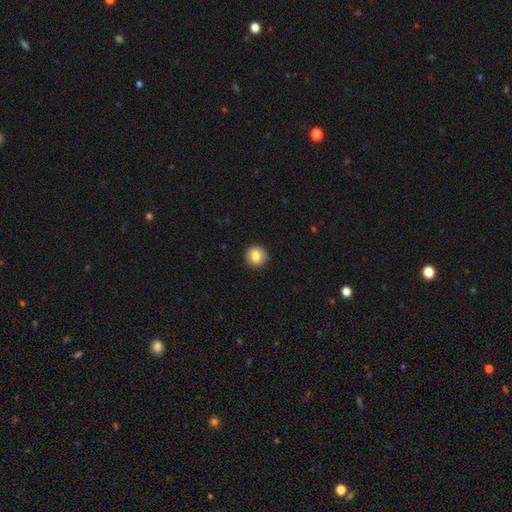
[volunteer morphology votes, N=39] smooth-or-featured: smooth: 82% | featured or disk: 13% | star or artifact: 5%
  how-rounded: round: 97% | in between: 3% | cigar-shaped: 0%
  merging: none: 95% | minor disturbance: 3% | major disturbance: 3% | merger: 0%